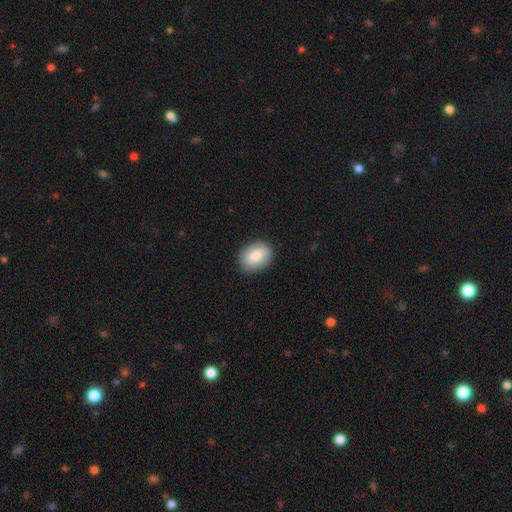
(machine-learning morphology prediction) Q: Smooth or featured?
A: smooth (80%); runner-up: featured or disk (13%)
Q: How rounded?
A: in between (69%); runner-up: round (30%)
Q: Merging?
A: none (87%); runner-up: minor disturbance (10%)